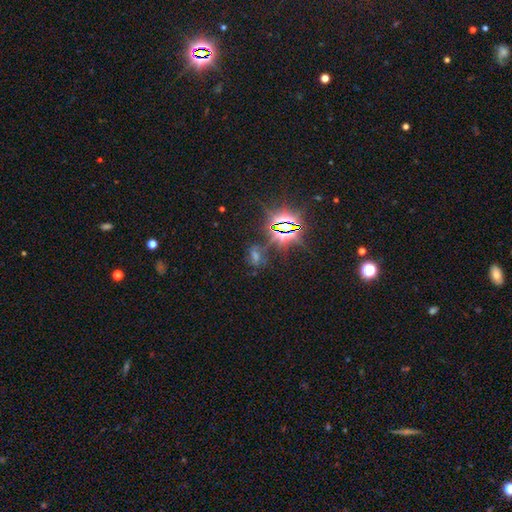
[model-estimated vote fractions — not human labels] This appears to be a star or artifact, not a galaxy (57%).